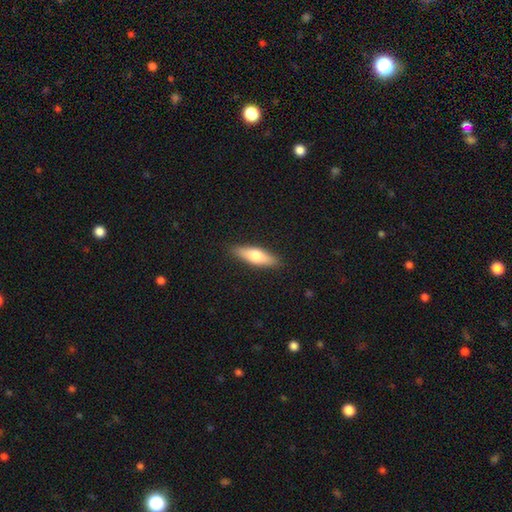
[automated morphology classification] smooth_or_featured: smooth (p=0.65) [alt: featured or disk p=0.30]
how_rounded: cigar-shaped (p=0.51) [alt: in between p=0.47]
merging: none (p=0.88) [alt: minor disturbance p=0.09]